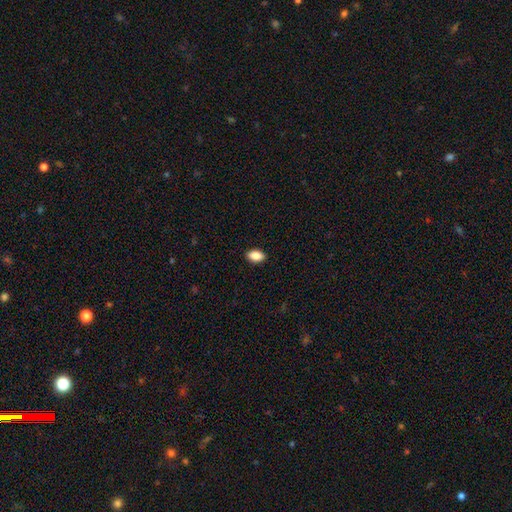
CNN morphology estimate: This is clearly a smooth galaxy (89%). How rounded: clearly in between (92%). Merging: clearly none (90%).